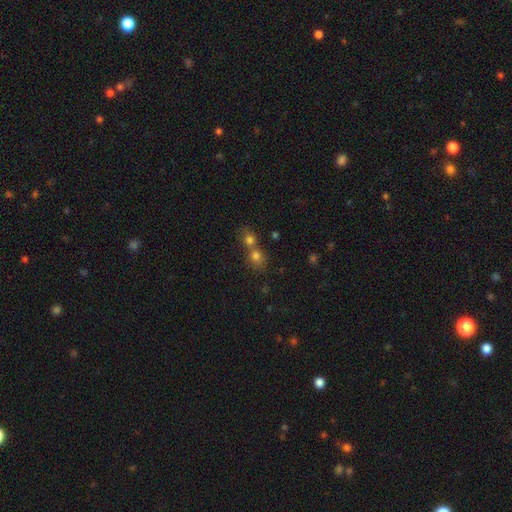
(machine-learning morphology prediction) The model was most divided on "merging": merger: 58%, none: 33%, minor disturbance: 6%, major disturbance: 3%. More confident: how rounded — round (76%); smooth or featured — smooth (74%).